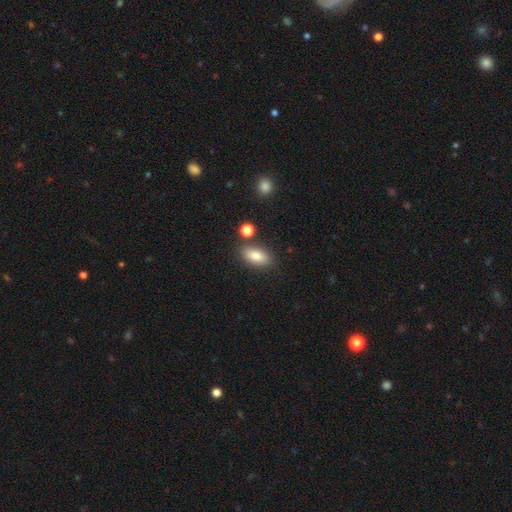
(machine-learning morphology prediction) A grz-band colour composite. It shows a smooth galaxy with no disk features (81%) that is in between round and cigar-shaped (88%). Merging: none (78%).